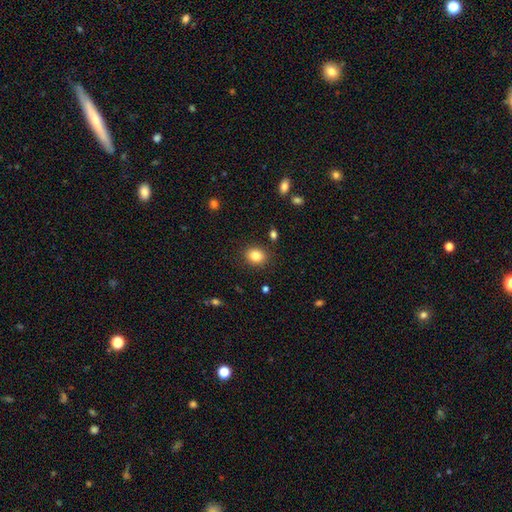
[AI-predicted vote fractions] Morphology: type=smooth (84%); roundness=round (64%); merging=none (88%).